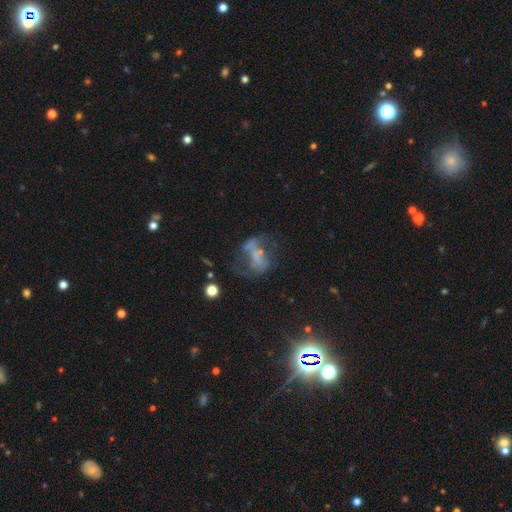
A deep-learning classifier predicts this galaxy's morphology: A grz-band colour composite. It shows a featured or disk galaxy (51%). Merging: major disturbance (37%).